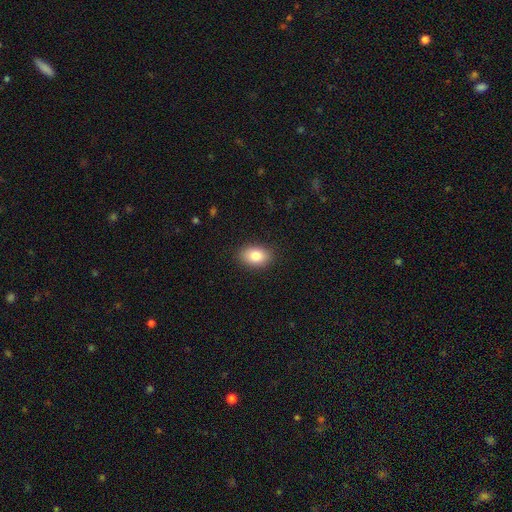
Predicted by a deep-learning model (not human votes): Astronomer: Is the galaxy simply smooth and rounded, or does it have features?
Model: smooth — 82%.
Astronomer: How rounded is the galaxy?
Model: in between — 83%.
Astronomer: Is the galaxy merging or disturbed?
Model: none — 89%.